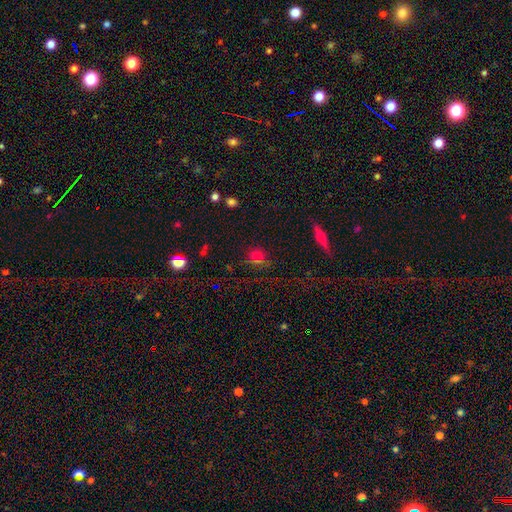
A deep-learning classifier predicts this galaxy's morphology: The model was most divided on "smooth or featured": smooth: 51%, star or artifact: 37%, featured or disk: 13%. More confident: how rounded — round (78%); merging — none (73%).